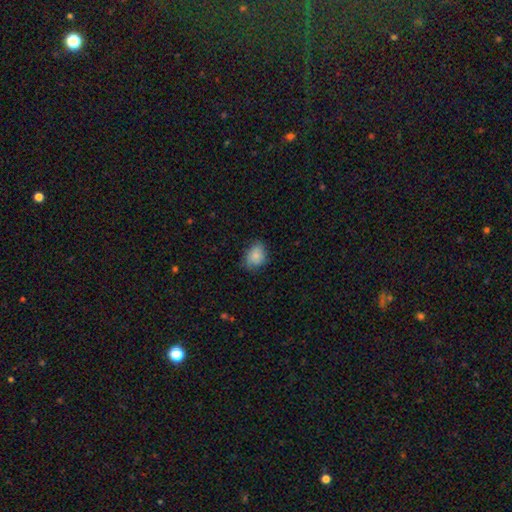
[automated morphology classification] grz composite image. It shows a smooth galaxy with no disk features (83%) that is in between round and cigar-shaped (62%). Merging: none (69%).